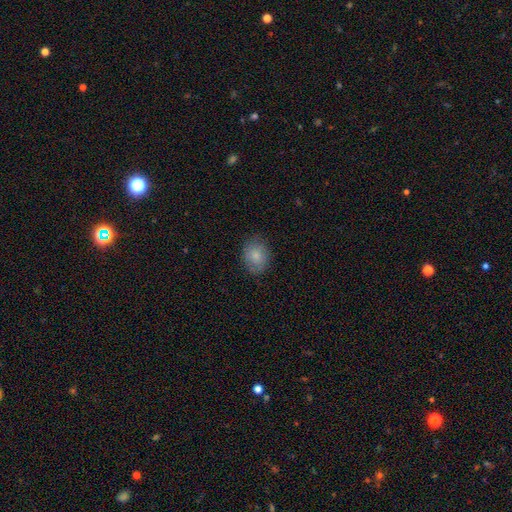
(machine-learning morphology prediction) type=smooth (82%); roundness=round (50%); merging=none (81%).